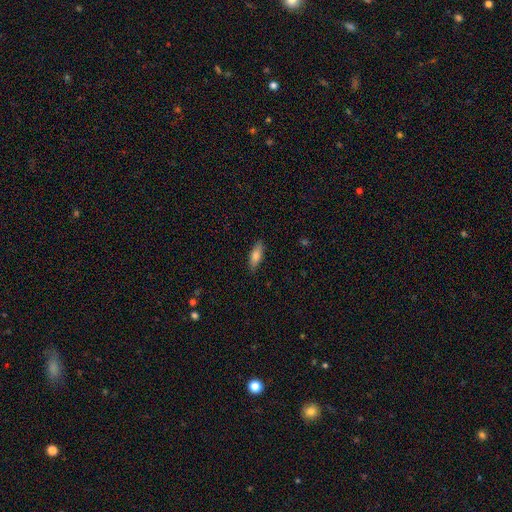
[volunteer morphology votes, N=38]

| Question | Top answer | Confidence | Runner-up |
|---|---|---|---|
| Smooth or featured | smooth | 74% | featured or disk (26%) |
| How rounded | in between | 54% | cigar-shaped (46%) |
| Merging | none | 82% | minor disturbance (18%) |